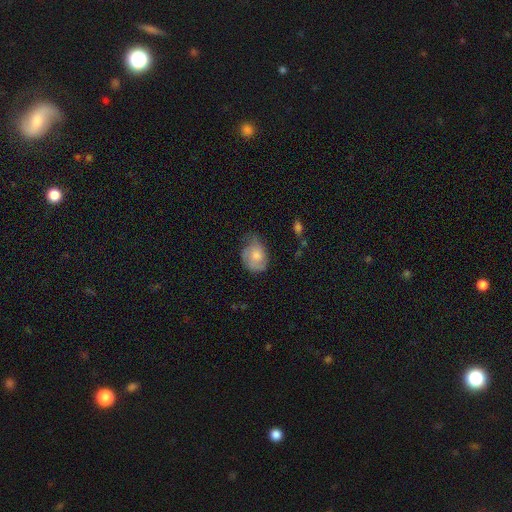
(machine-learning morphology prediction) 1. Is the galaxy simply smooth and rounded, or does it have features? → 64% smooth, 29% featured or disk, 7% star or artifact.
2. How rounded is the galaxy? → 61% in between, 38% round, 1% cigar-shaped.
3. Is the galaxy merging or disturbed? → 43% none, 39% minor disturbance, 16% major disturbance, 2% merger.